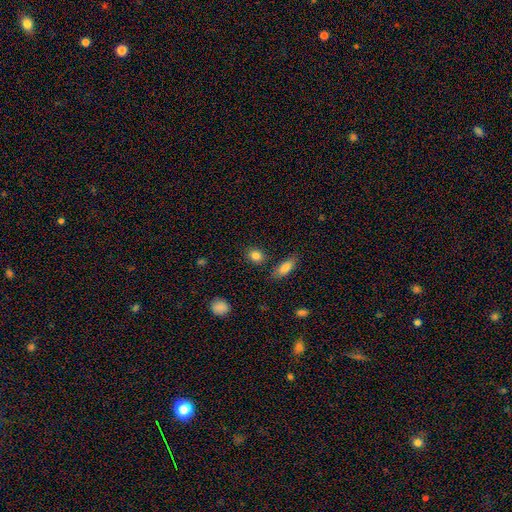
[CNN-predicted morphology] smooth_or_featured: smooth (p=0.85) [alt: star or artifact p=0.10]
how_rounded: round (p=0.61) [alt: in between p=0.37]
merging: none (p=0.83) [alt: minor disturbance p=0.10]